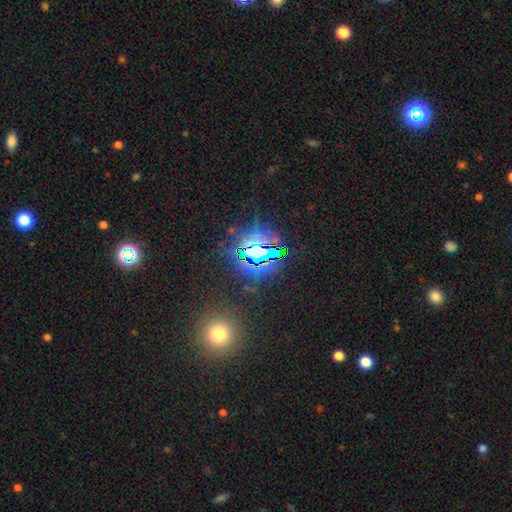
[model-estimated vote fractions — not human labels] A star or artifact, not a galaxy (79%).

Vote fractions:
- Smooth or featured? star or artifact: 79% / smooth: 11% / featured or disk: 10%